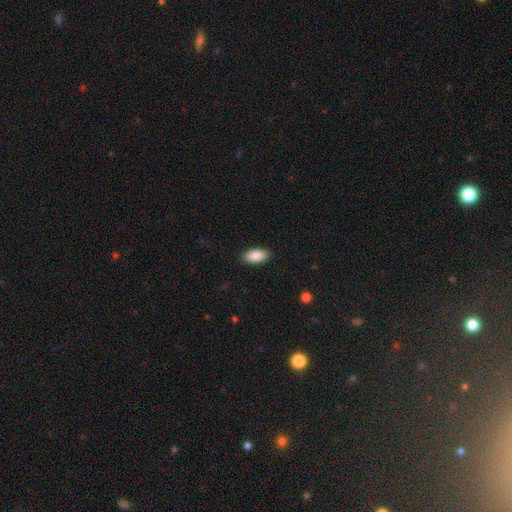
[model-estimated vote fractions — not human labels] smooth_or_featured: smooth (p=0.88) [alt: star or artifact p=0.06]
how_rounded: in between (p=0.93) [alt: cigar-shaped p=0.05]
merging: none (p=0.89) [alt: minor disturbance p=0.08]